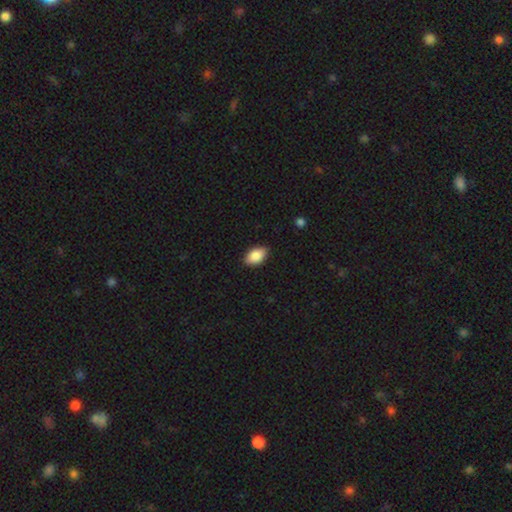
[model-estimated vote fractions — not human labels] smooth-or-featured: smooth: 87% | star or artifact: 7% | featured or disk: 6%
  how-rounded: in between: 93% | round: 6% | cigar-shaped: 2%
  merging: none: 88% | minor disturbance: 10% | major disturbance: 2% | merger: 1%